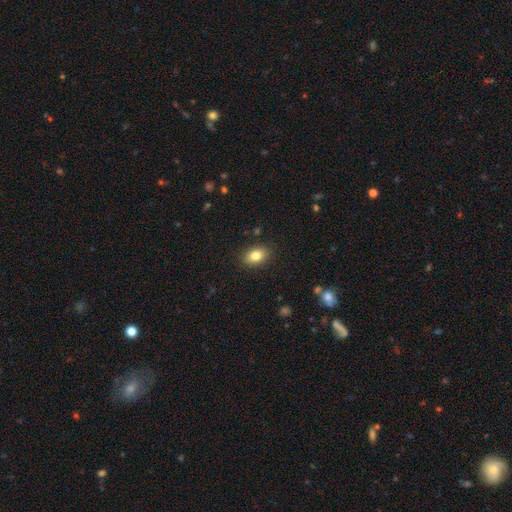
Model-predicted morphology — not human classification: A smooth galaxy with no disk features (83%) that is in between round and cigar-shaped (80%).

Vote fractions:
- Smooth or featured? smooth: 83% / star or artifact: 9% / featured or disk: 9%
- How rounded? in between: 80% / round: 19% / cigar-shaped: 1%
- Merging? none: 88% / minor disturbance: 9% / major disturbance: 2% / merger: 1%